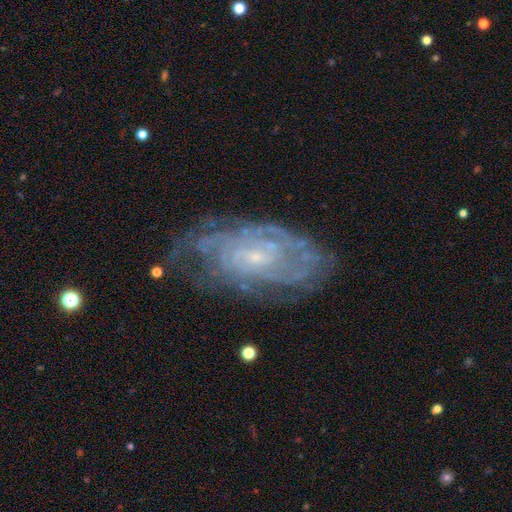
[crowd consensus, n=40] Smooth or featured?
  - featured or disk: 90% *
  - star or artifact: 8%
  - smooth: 2%
Edge-on disk?
  - no: 97% *
  - yes: 3%
Bar?
  - no: 60% *
  - weak: 26%
  - strong: 14%
Spiral arms?
  - yes: 97% *
  - no: 3%
Spiral winding?
  - tight: 88% *
  - medium: 9%
  - loose: 3%
Spiral arm count?
  - can't tell: 32% *
  - 3: 26%
  - 4: 15%
  - 2: 12%
  - more than 4: 12%
  - 1: 3%
Bulge size?
  - small: 74% *
  - moderate: 20%
  - none: 6%
  - dominant: 0%
  - large: 0%
Merging?
  - none: 78% *
  - minor disturbance: 16%
  - major disturbance: 5%
  - merger: 0%